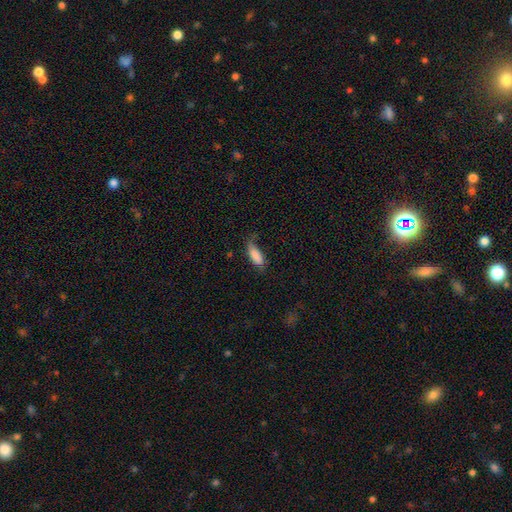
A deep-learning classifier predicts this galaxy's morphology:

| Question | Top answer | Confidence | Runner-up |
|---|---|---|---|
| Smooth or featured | smooth | 82% | featured or disk (11%) |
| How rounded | in between | 74% | cigar-shaped (24%) |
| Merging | none | 48% | minor disturbance (34%) |